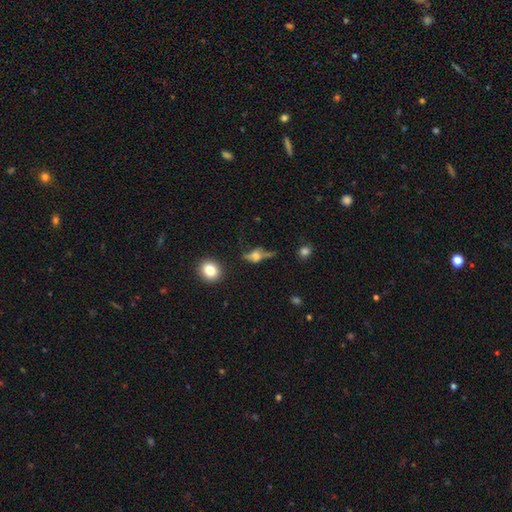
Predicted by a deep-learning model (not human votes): featured or disk 50%, smooth 36%, star or artifact 14%. Down the decision tree: merging — none (50%).